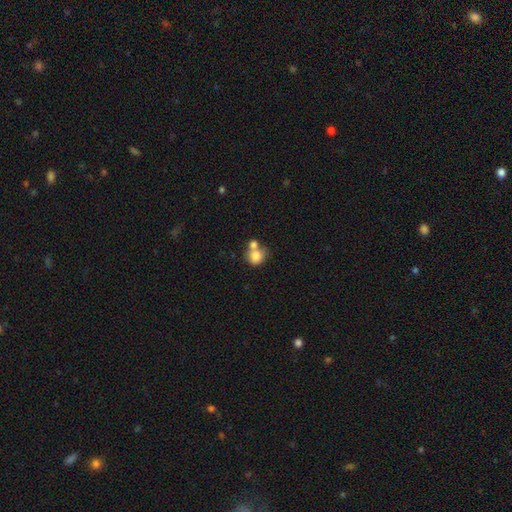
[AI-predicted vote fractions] smooth-or-featured: smooth: 79% | featured or disk: 11% | star or artifact: 9%
  how-rounded: round: 73% | in between: 26% | cigar-shaped: 1%
  merging: merger: 49% | none: 36% | minor disturbance: 10% | major disturbance: 5%